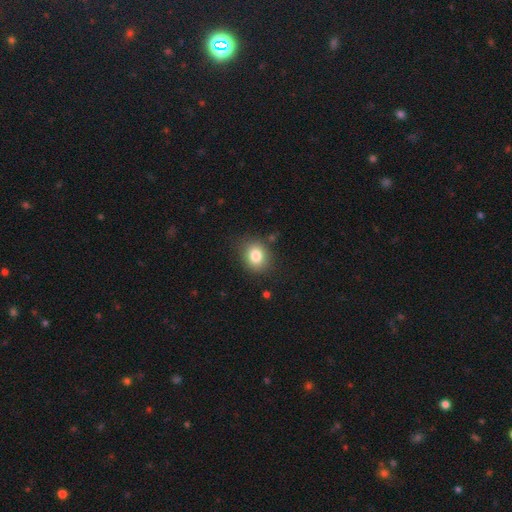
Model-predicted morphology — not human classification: smooth_or_featured: smooth (p=0.82) [alt: star or artifact p=0.10]
how_rounded: round (p=0.58) [alt: in between p=0.41]
merging: none (p=0.83) [alt: minor disturbance p=0.12]